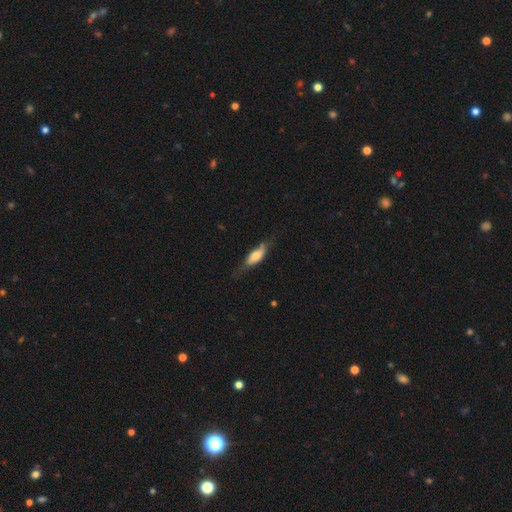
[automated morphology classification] A smooth galaxy with no disk features (59%) that is in between round and cigar-shaped (62%). Merging: none (57%).